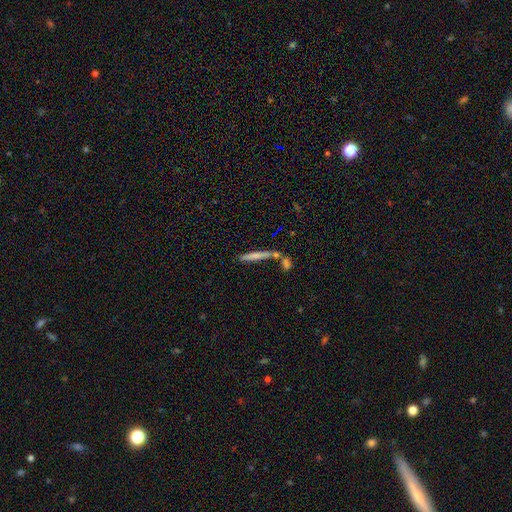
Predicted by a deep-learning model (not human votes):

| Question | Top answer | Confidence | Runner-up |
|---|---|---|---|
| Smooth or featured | smooth | 62% | featured or disk (30%) |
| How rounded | cigar-shaped | 93% | in between (6%) |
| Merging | none | 60% | merger (23%) |